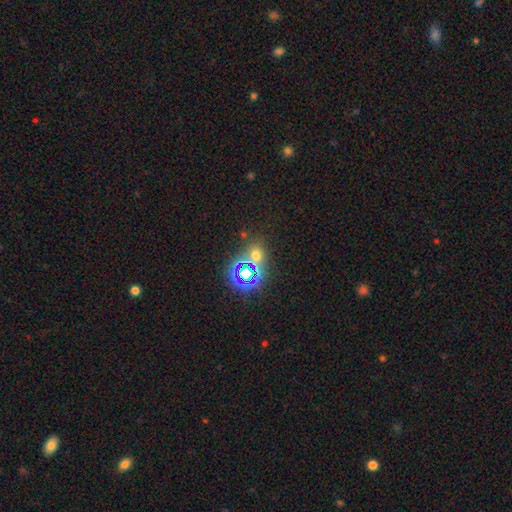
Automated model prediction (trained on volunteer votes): A star or artifact, not a galaxy (46%).